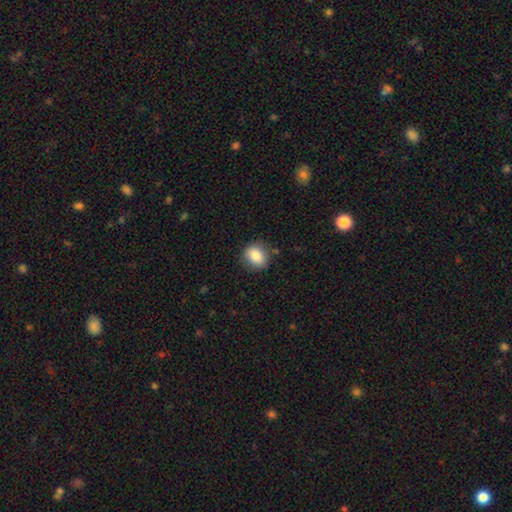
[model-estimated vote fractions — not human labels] A smooth galaxy with no disk features (85%) that is in between round and cigar-shaped (51%).

Vote fractions:
- Smooth or featured? smooth: 85% / star or artifact: 8% / featured or disk: 7%
- How rounded? in between: 51% / round: 47% / cigar-shaped: 1%
- Merging? none: 80% / minor disturbance: 15% / major disturbance: 3% / merger: 2%